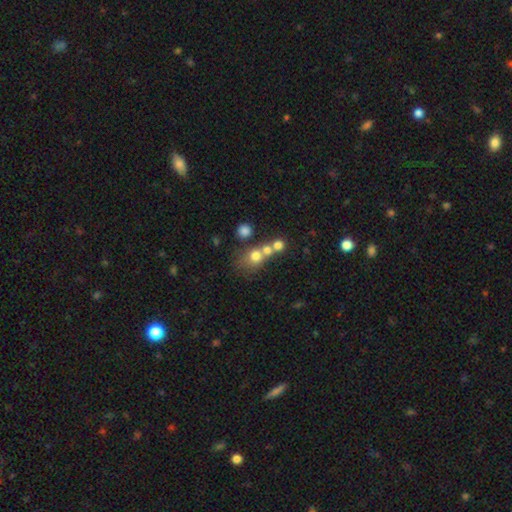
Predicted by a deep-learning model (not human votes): A smooth galaxy with no disk features (66%) that is round (74%).

Vote fractions:
- Smooth or featured? smooth: 66% / featured or disk: 19% / star or artifact: 15%
- How rounded? round: 74% / in between: 25% / cigar-shaped: 2%
- Merging? merger: 50% / none: 35% / minor disturbance: 9% / major disturbance: 6%